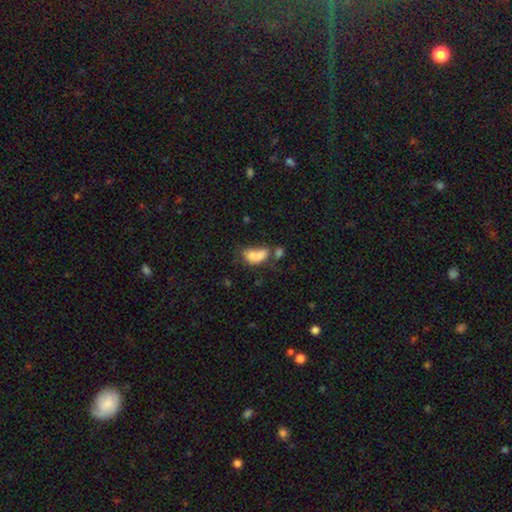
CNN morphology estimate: This is likely a smooth galaxy (70%). How rounded: likely in between (78%). Merging: likely merger (60%).